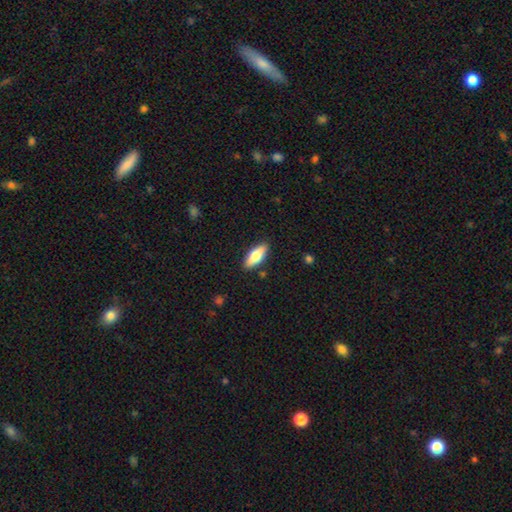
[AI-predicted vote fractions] Smooth or featured?
  - smooth: 68% *
  - featured or disk: 27%
  - star or artifact: 6%
How rounded?
  - in between: 69% *
  - cigar-shaped: 28%
  - round: 2%
Merging?
  - none: 88% *
  - minor disturbance: 9%
  - major disturbance: 2%
  - merger: 1%